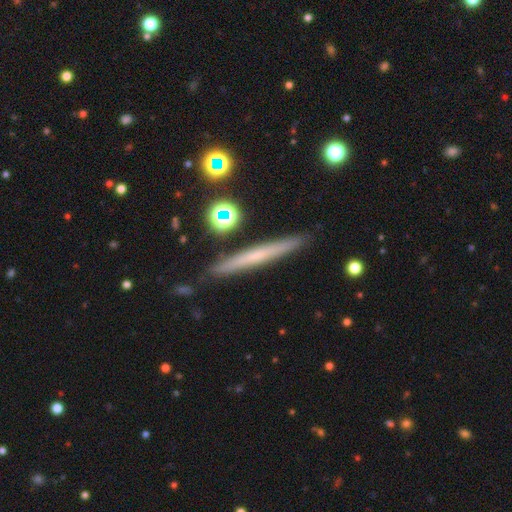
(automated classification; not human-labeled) smooth_or_featured: featured or disk (p=0.47) [alt: smooth p=0.44]
merging: none (p=0.87) [alt: minor disturbance p=0.09]